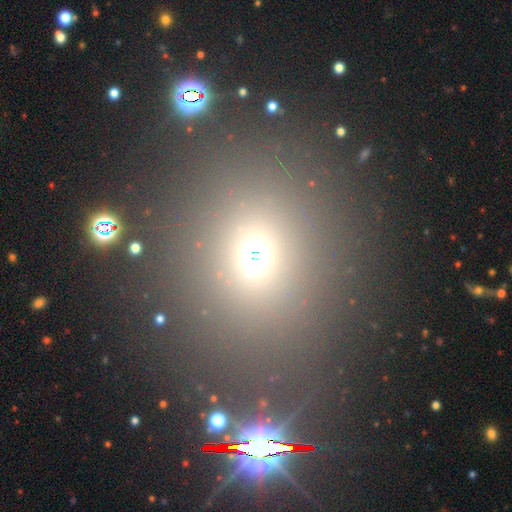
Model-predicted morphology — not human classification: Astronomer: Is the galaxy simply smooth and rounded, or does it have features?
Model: smooth — 53% (runner-up: star or artifact, 38%).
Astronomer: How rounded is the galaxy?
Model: round — 75%.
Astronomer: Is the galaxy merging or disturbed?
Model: none — 77%.